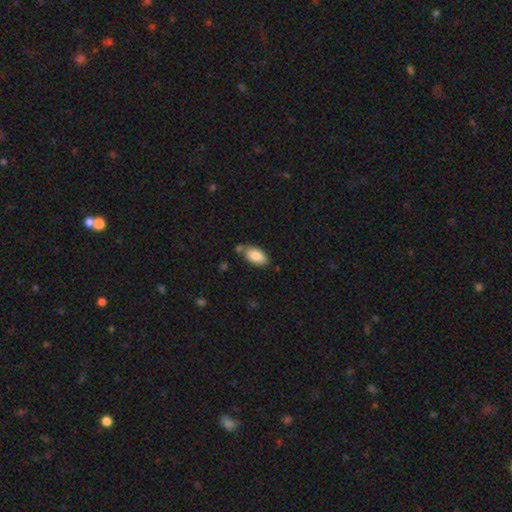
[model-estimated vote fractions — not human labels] smooth 85%, featured or disk 9%, star or artifact 7%. Down the decision tree: how rounded — in between (93%); merging — none (70%).